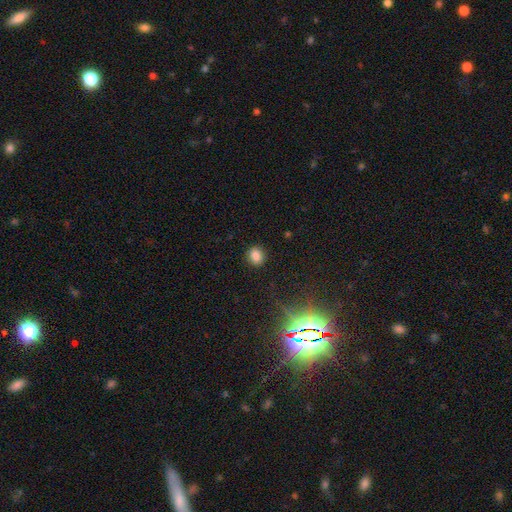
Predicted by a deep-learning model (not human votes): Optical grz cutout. It shows a smooth galaxy with no disk features (81%) that is round (70%). Merging: none (90%).